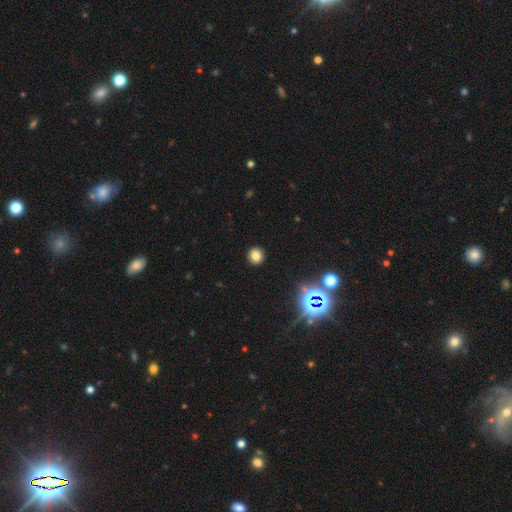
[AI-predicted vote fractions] A smooth galaxy with no disk features (79%) that is round (90%).

Vote fractions:
- Smooth or featured? smooth: 79% / star or artifact: 15% / featured or disk: 6%
- How rounded? round: 90% / in between: 9% / cigar-shaped: 1%
- Merging? none: 92% / minor disturbance: 5% / major disturbance: 2% / merger: 1%